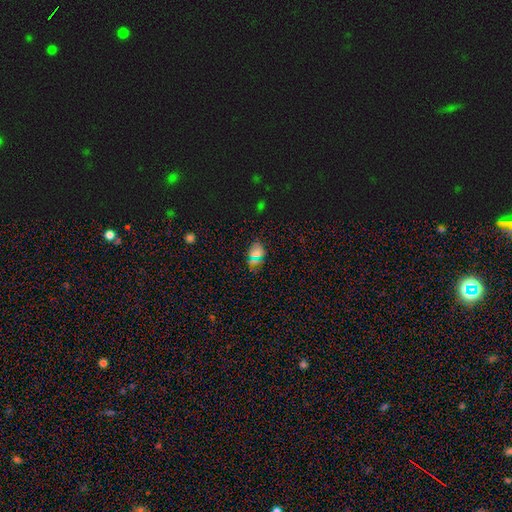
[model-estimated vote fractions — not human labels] Q: Smooth or featured?
A: smooth (58%); runner-up: star or artifact (34%)
Q: How rounded?
A: in between (56%); runner-up: round (41%)
Q: Merging?
A: none (79%); runner-up: minor disturbance (13%)